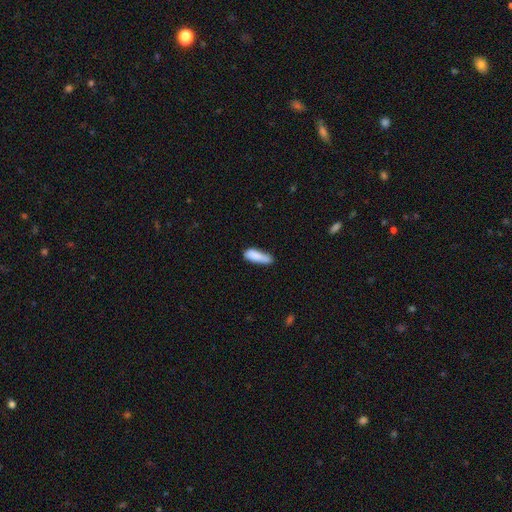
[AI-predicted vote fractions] This is clearly a smooth galaxy (83%). How rounded: possibly cigar-shaped (56%). Merging: possibly none (50%).